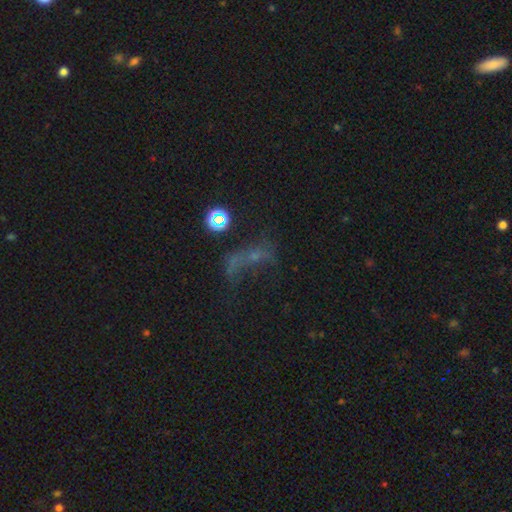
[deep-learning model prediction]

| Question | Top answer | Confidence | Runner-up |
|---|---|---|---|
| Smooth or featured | star or artifact | 35% | featured or disk (33%) |